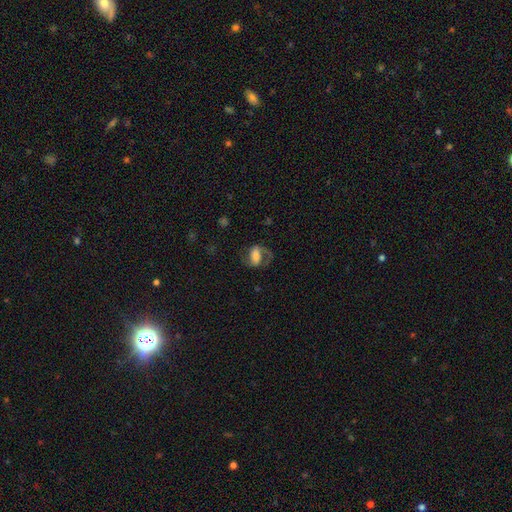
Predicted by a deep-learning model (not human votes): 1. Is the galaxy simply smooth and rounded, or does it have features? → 64% featured or disk, 27% smooth, 8% star or artifact.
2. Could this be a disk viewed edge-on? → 97% no, 3% yes.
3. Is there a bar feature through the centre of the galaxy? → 37% weak (tied), 37% strong (tied), 26% no.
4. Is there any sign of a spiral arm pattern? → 90% yes, 10% no.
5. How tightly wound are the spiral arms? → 50% medium, 33% loose, 17% tight.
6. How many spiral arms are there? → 79% 2, 14% 1, 4% can't tell, 1% 3, 1% 4, 1% more than 4.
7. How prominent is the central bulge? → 31% moderate, 30% large, 21% small, 11% none, 6% dominant.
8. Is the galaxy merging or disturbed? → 60% none, 21% major disturbance, 17% minor disturbance, 2% merger.